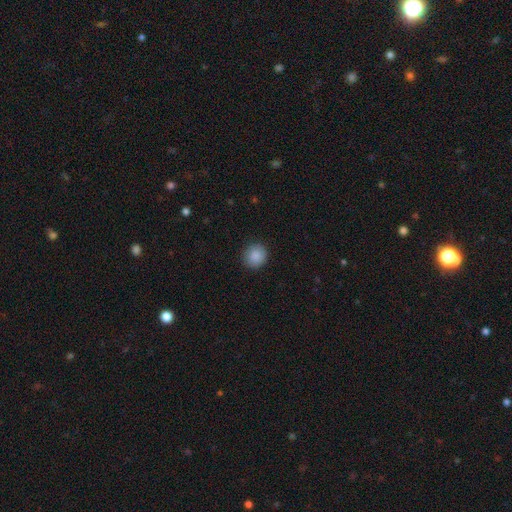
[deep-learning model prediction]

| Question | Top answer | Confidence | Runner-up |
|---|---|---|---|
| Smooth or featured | smooth | 89% | star or artifact (8%) |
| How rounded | round | 91% | in between (8%) |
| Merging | none | 91% | minor disturbance (7%) |